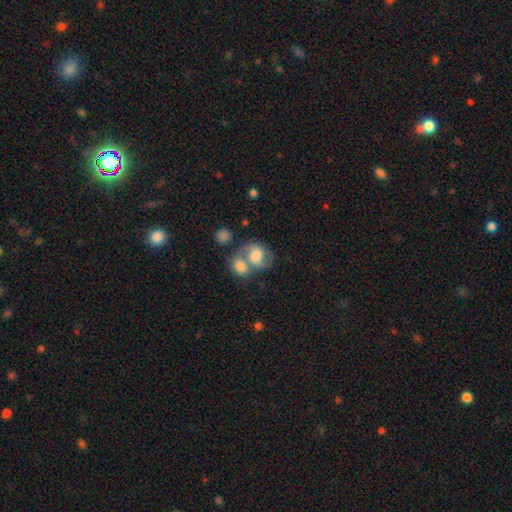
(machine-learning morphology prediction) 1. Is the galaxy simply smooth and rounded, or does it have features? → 51% featured or disk, 41% smooth, 8% star or artifact.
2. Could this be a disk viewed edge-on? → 97% no, 3% yes.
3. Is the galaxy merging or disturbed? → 56% merger, 28% none, 10% minor disturbance, 6% major disturbance.